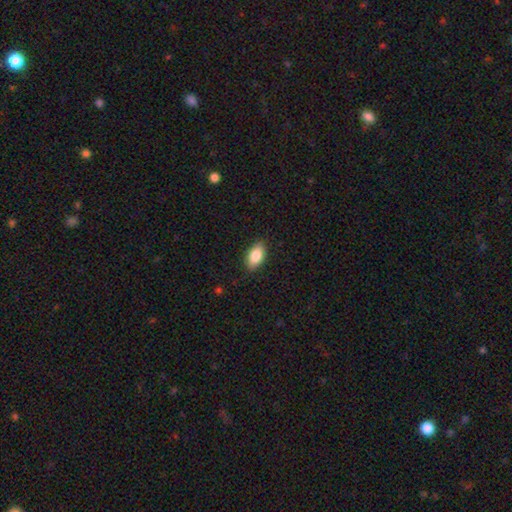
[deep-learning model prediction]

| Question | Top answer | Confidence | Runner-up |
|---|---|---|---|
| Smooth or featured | smooth | 85% | featured or disk (8%) |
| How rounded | in between | 92% | round (4%) |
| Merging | none | 88% | minor disturbance (9%) |